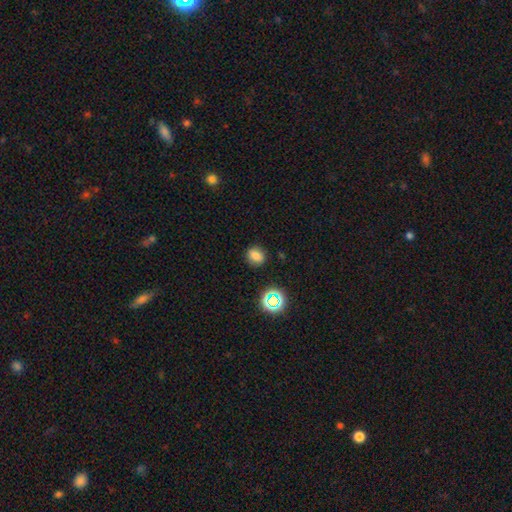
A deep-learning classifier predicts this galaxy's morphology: type=smooth (76%); roundness=round (57%); merging=none (85%).